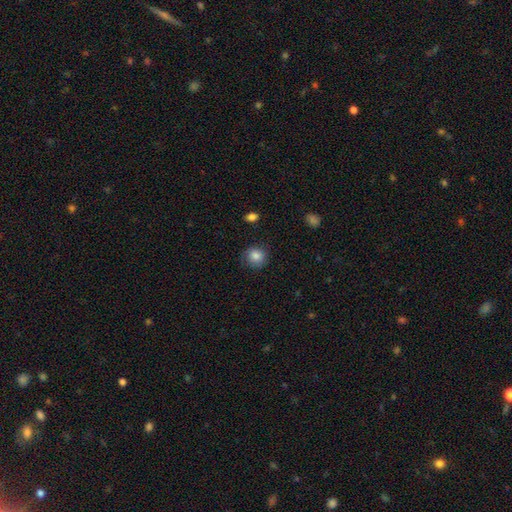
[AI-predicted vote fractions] smooth-or-featured: smooth: 84% | star or artifact: 9% | featured or disk: 8%
  how-rounded: round: 83% | in between: 16% | cigar-shaped: 1%
  merging: none: 77% | minor disturbance: 17% | major disturbance: 5% | merger: 1%